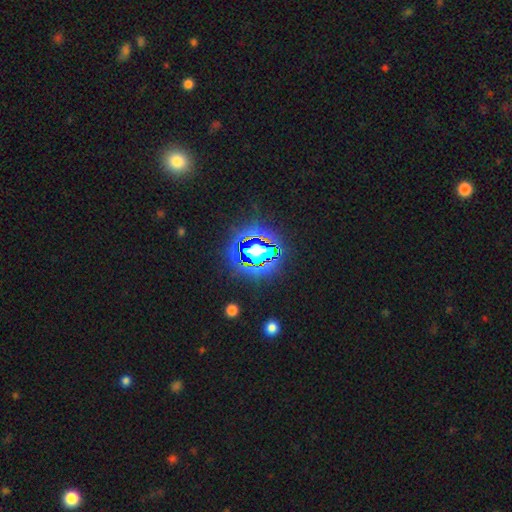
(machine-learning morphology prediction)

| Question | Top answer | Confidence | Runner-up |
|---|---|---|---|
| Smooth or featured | star or artifact | 78% | smooth (12%) |